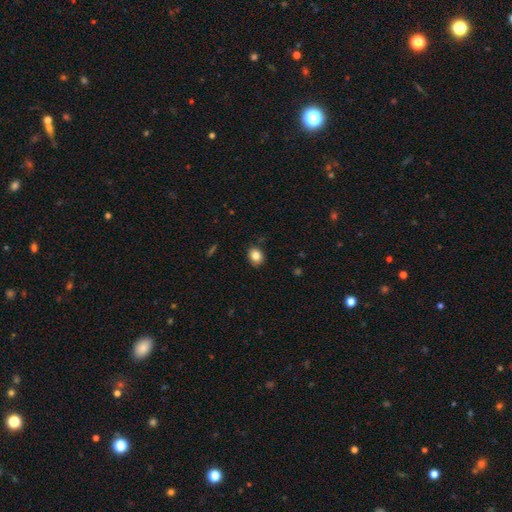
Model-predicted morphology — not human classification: smooth-or-featured: smooth: 84% | star or artifact: 10% | featured or disk: 6%
  how-rounded: round: 57% | in between: 42% | cigar-shaped: 1%
  merging: none: 85% | minor disturbance: 11% | major disturbance: 2% | merger: 1%